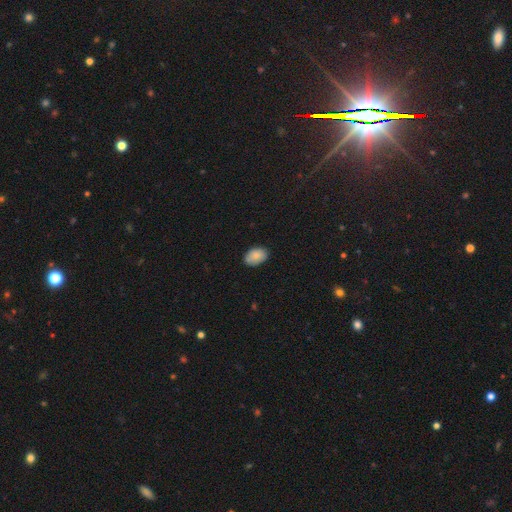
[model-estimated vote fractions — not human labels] This appears to be a smooth galaxy with no disk features (83%) that is in between round and cigar-shaped (88%). Merging: none (81%).